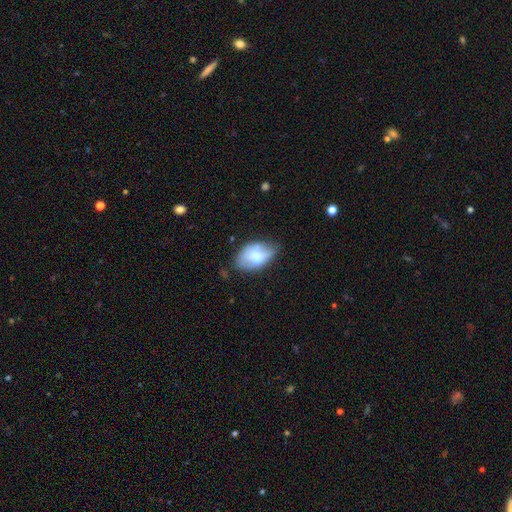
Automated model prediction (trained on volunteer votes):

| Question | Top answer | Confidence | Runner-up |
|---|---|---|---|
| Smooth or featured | smooth | 67% | featured or disk (26%) |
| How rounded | in between | 90% | round (9%) |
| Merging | none | 43% | minor disturbance (39%) |